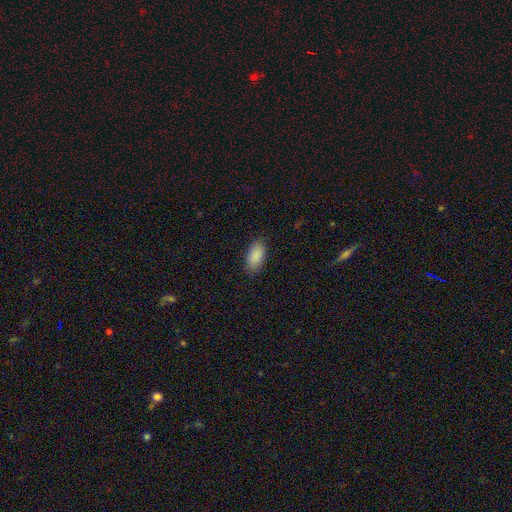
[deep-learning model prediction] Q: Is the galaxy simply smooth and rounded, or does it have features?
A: smooth — 90%.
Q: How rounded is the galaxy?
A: in between — 93%.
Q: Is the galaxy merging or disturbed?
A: none — 87%.